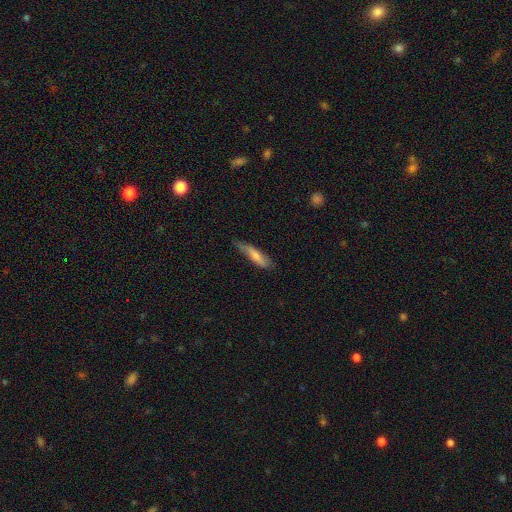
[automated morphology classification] Smooth or featured? smooth (67%)
How rounded? cigar-shaped (72%)
Merging? none (59%)